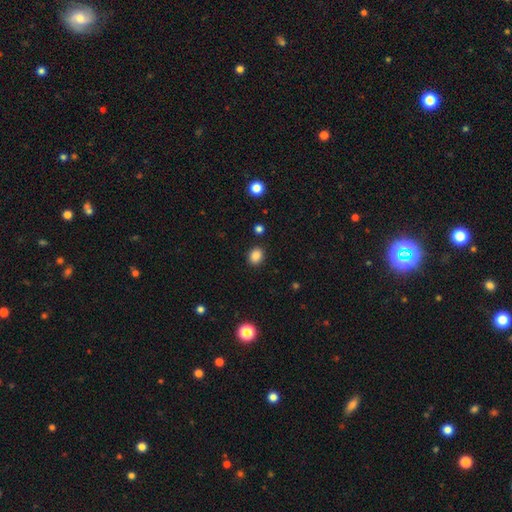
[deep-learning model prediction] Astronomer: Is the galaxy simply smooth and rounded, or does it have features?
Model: smooth — 86%.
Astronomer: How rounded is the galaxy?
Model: round — 55% (runner-up: in between, 44%).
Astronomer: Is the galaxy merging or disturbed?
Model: none — 89%.